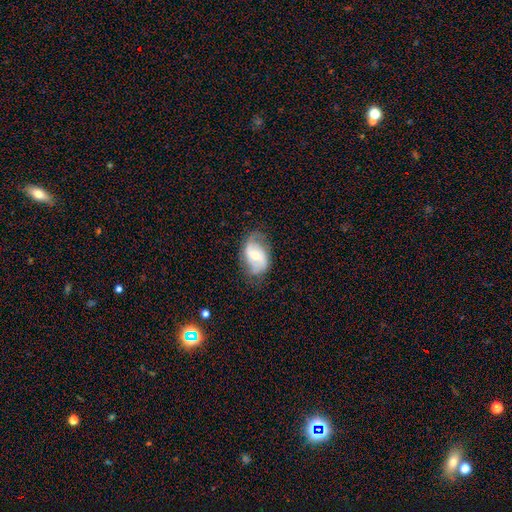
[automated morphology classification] A featured or disk galaxy (70%) with a weak bar (43%), 2 (80%) medium (41%) spiral arms (87%) and a moderate central bulge (51%).

Vote fractions:
- Smooth or featured? featured or disk: 70% / smooth: 24% / star or artifact: 7%
- Edge-on disk? no: 96% / yes: 4%
- Bar? weak: 43% / no: 41% / strong: 16%
- Spiral arms? yes: 87% / no: 13%
- Spiral winding? medium: 41% / loose: 38% / tight: 20%
- Spiral arm count? 2: 80% / can't tell: 11% / 1: 5% / 3: 2% / 4: 1% / more than 4: 1%
- Bulge size? moderate: 51% / small: 43% / large: 3% / none: 2% / dominant: 1%
- Merging? none: 65% / minor disturbance: 24% / major disturbance: 10% / merger: 1%